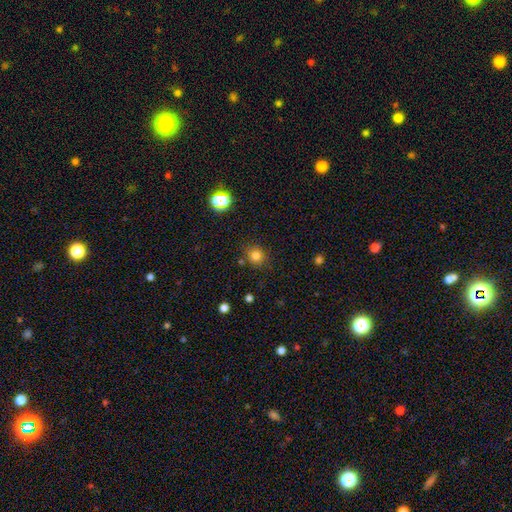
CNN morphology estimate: Q: Smooth or featured?
A: smooth (79%); runner-up: star or artifact (15%)
Q: How rounded?
A: round (86%); runner-up: in between (13%)
Q: Merging?
A: none (81%); runner-up: minor disturbance (11%)